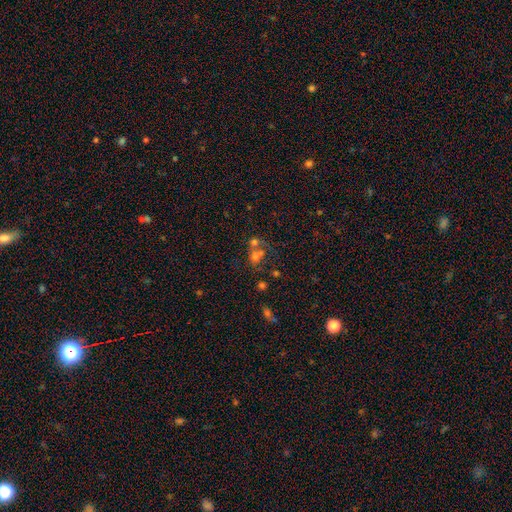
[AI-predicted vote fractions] Smooth or featured?
  - smooth: 52% *
  - featured or disk: 24%
  - star or artifact: 24%
How rounded?
  - round: 58% *
  - in between: 40%
  - cigar-shaped: 2%
Merging?
  - merger: 53% *
  - none: 29%
  - major disturbance: 9%
  - minor disturbance: 9%